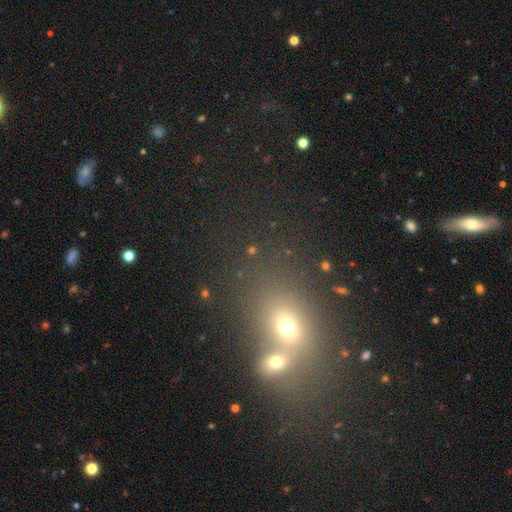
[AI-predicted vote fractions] Overall: smooth (50%; star or artifact 32%). Merging: none (44%; merger 42%).